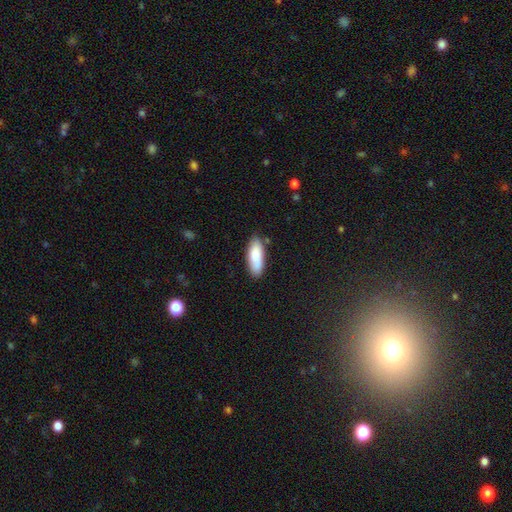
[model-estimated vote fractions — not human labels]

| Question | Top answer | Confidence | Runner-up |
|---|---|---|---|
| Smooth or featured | smooth | 84% | featured or disk (11%) |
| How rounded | in between | 68% | cigar-shaped (30%) |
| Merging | none | 78% | minor disturbance (16%) |